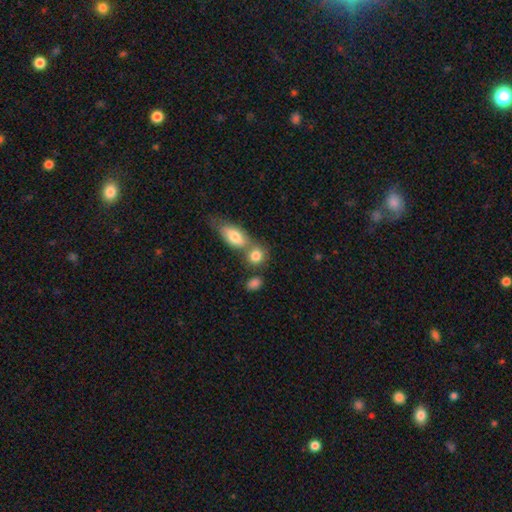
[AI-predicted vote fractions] Smooth or featured: smooth — 82% (featured or disk — 10%)
How rounded: round — 52% (in between — 44%)
Merging: merger — 46% (none — 40%)